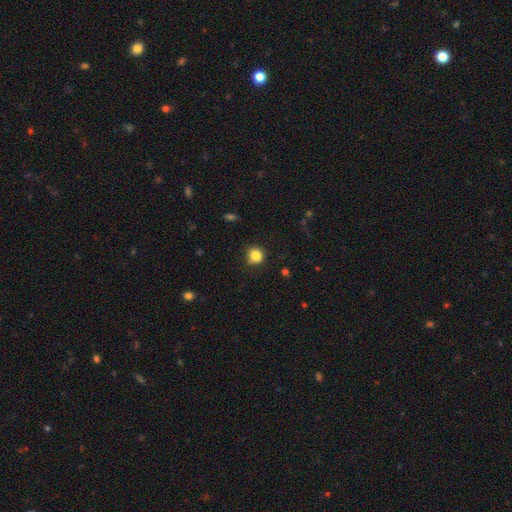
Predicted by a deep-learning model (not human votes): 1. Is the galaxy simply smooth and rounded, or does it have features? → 83% smooth, 11% star or artifact, 5% featured or disk.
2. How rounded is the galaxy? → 85% round, 14% in between, 1% cigar-shaped.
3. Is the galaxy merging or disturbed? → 78% none, 16% minor disturbance, 3% major disturbance, 2% merger.